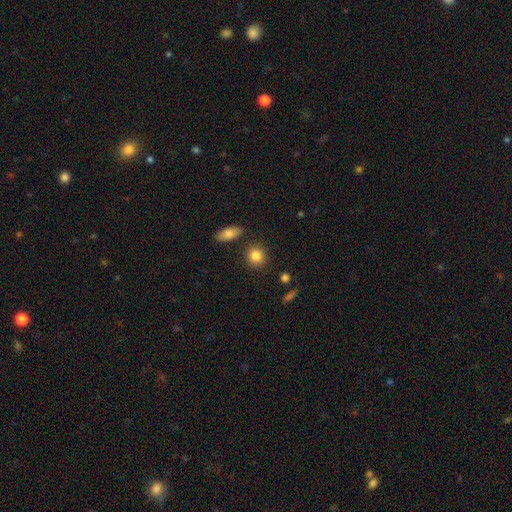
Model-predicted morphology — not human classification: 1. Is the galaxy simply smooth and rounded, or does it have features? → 85% smooth, 9% star or artifact, 6% featured or disk.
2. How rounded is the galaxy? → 83% round, 15% in between, 2% cigar-shaped.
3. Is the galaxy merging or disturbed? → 86% none, 8% minor disturbance, 4% merger, 3% major disturbance.